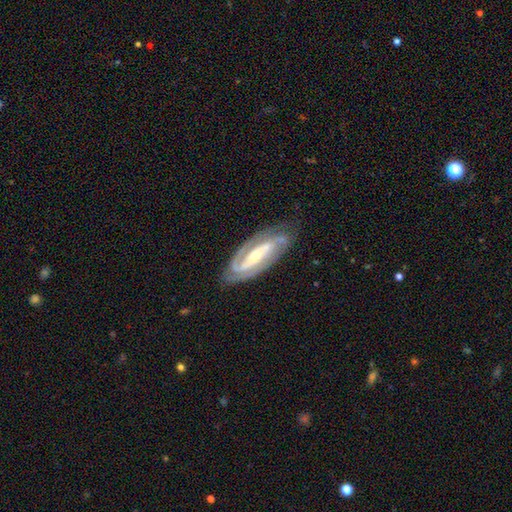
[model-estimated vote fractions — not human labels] This is clearly a featured or disk galaxy (90%). It is clearly not viewed edge-on (93%). Bar: possibly strong (49%). Spiral arm pattern: clearly yes (97%). Spiral arm count: likely 2 (77%). Spiral winding: possibly tight (54%). Central bulge: possibly small (51%). Merging: likely none (77%).